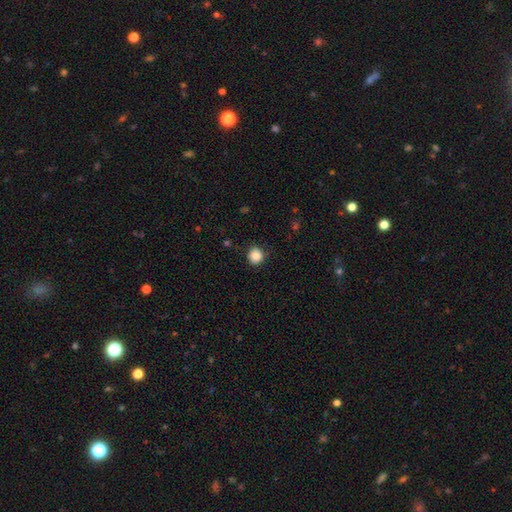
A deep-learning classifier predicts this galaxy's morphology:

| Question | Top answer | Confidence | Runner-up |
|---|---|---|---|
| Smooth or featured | smooth | 87% | star or artifact (10%) |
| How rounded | round | 89% | in between (10%) |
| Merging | none | 84% | minor disturbance (12%) |